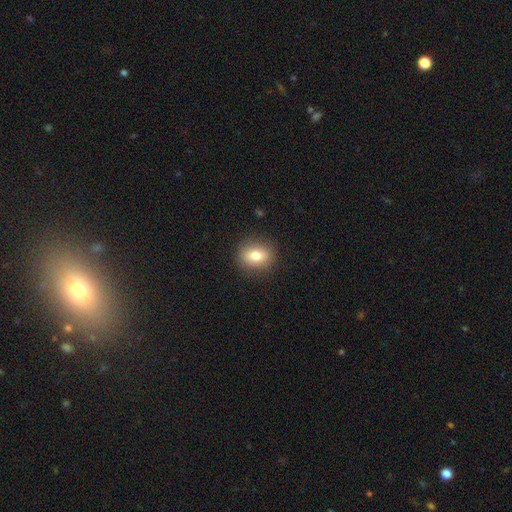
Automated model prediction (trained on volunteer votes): Smooth or featured? Predicted: smooth (p=0.78). How rounded? Predicted: round (p=0.51). Merging? Predicted: none (p=0.88).